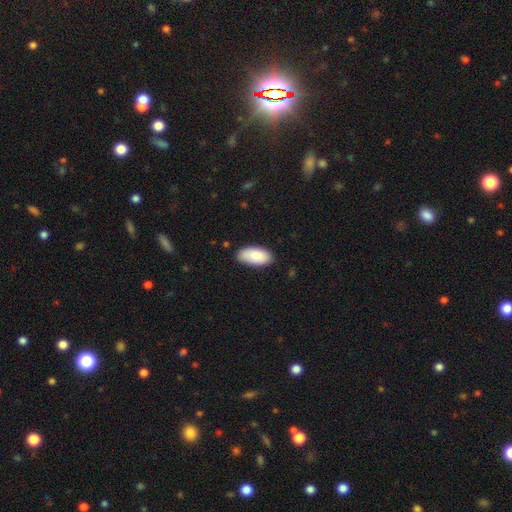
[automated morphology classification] smooth-or-featured: smooth: 86% | featured or disk: 9% | star or artifact: 6%
  how-rounded: in between: 94% | cigar-shaped: 4% | round: 2%
  merging: none: 82% | minor disturbance: 15% | major disturbance: 2% | merger: 1%